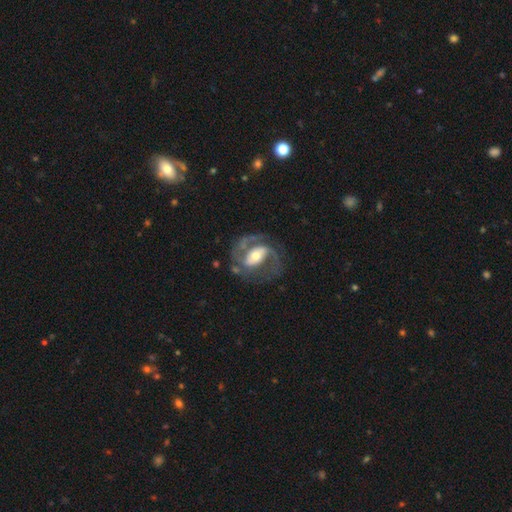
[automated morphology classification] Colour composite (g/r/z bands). It shows a featured or disk galaxy (85%) with a strong bar (37%), 2 (85%) medium (54%) spiral arms (93%) and a moderate central bulge (60%). Merging: none (65%).